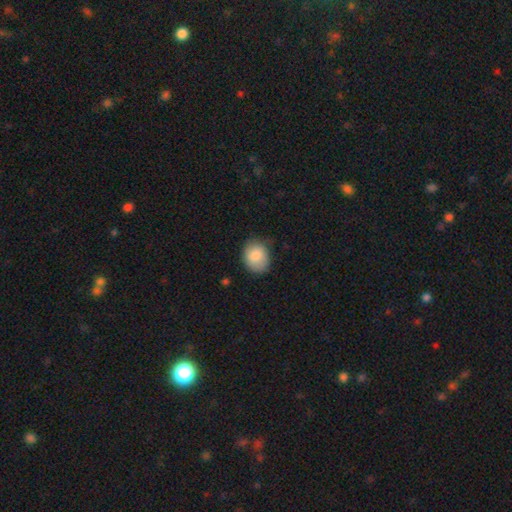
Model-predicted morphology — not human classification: Overall: smooth (85%). How rounded: round (57%; in between 42%). Merging: none (68%).